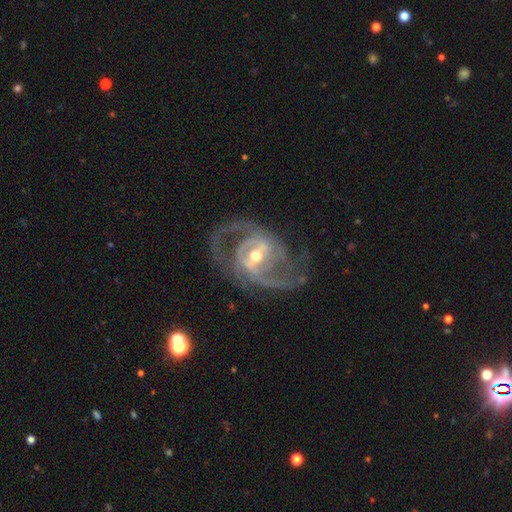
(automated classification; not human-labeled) Q: Smooth or featured?
A: featured or disk (92%); runner-up: star or artifact (5%)
Q: Edge-on disk?
A: no (97%); runner-up: yes (3%)
Q: Bar?
A: weak (43%); runner-up: strong (39%)
Q: Spiral arms?
A: yes (97%); runner-up: no (3%)
Q: Spiral winding?
A: medium (56%); runner-up: tight (24%)
Q: Spiral arm count?
A: 2 (72%); runner-up: 3 (13%)
Q: Bulge size?
A: moderate (62%); runner-up: small (33%)
Q: Merging?
A: none (71%); runner-up: minor disturbance (16%)